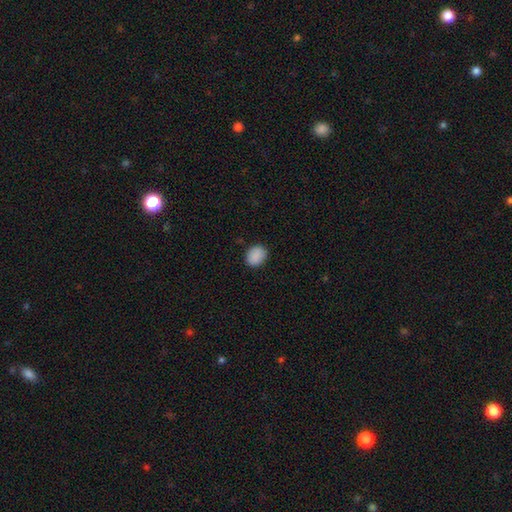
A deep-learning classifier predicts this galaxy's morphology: type=smooth (89%); roundness=round (60%); merging=none (87%).